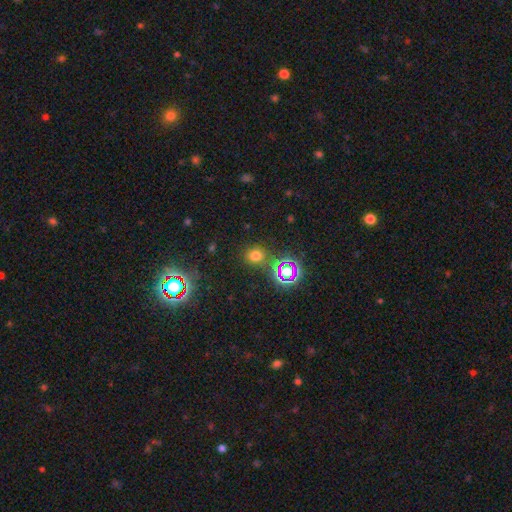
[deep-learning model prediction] The model was most divided on "smooth or featured": smooth: 63%, star or artifact: 30%, featured or disk: 6%. More confident: merging — none (81%); how rounded — round (80%).